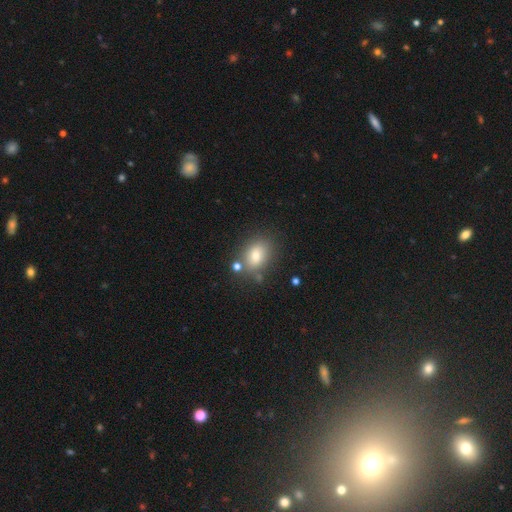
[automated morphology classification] Q: Smooth or featured?
A: smooth (75%); runner-up: featured or disk (13%)
Q: How rounded?
A: in between (70%); runner-up: round (29%)
Q: Merging?
A: none (73%); runner-up: minor disturbance (14%)